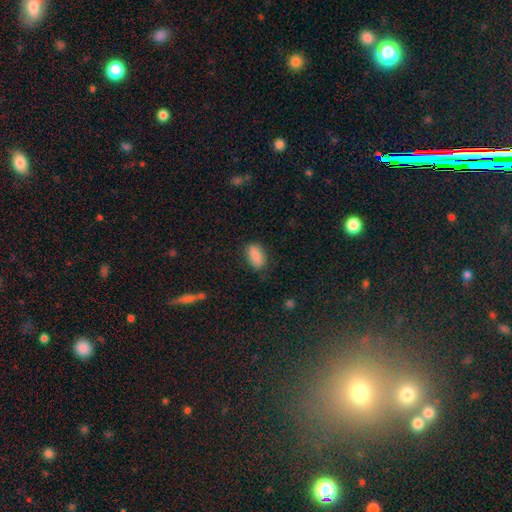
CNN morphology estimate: smooth-or-featured: smooth: 84% | featured or disk: 8% | star or artifact: 8%
  how-rounded: in between: 91% | round: 6% | cigar-shaped: 3%
  merging: none: 77% | minor disturbance: 17% | major disturbance: 4% | merger: 1%